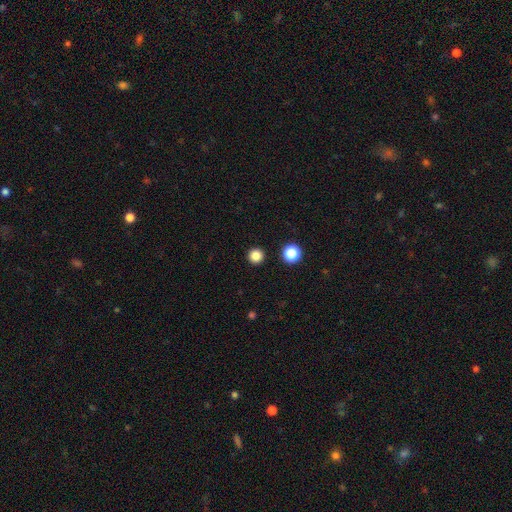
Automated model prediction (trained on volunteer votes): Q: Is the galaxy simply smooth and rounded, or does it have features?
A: smooth — 84%.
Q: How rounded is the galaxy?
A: round — 96%.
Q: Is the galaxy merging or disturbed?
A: none — 93%.